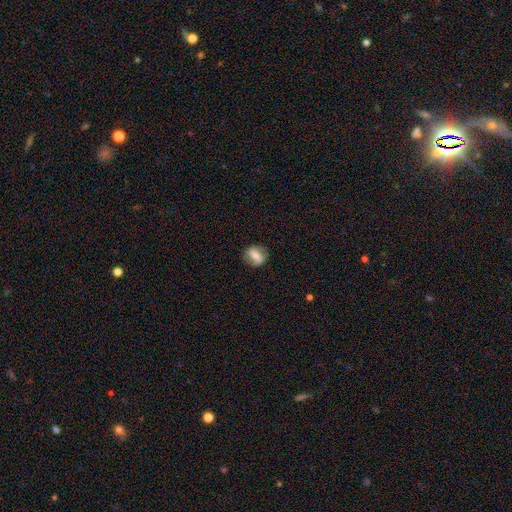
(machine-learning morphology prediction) A smooth galaxy with no disk features (56%) that is round (51%).

Vote fractions:
- Smooth or featured? smooth: 56% / featured or disk: 36% / star or artifact: 8%
- How rounded? round: 51% / in between: 45% / cigar-shaped: 4%
- Merging? none: 78% / minor disturbance: 15% / major disturbance: 5% / merger: 1%